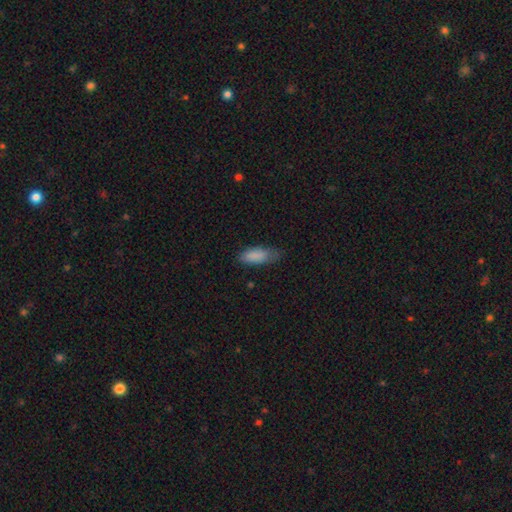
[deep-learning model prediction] Q: Smooth or featured?
A: smooth (86%); runner-up: star or artifact (7%)
Q: How rounded?
A: in between (77%); runner-up: cigar-shaped (21%)
Q: Merging?
A: none (57%); runner-up: minor disturbance (33%)